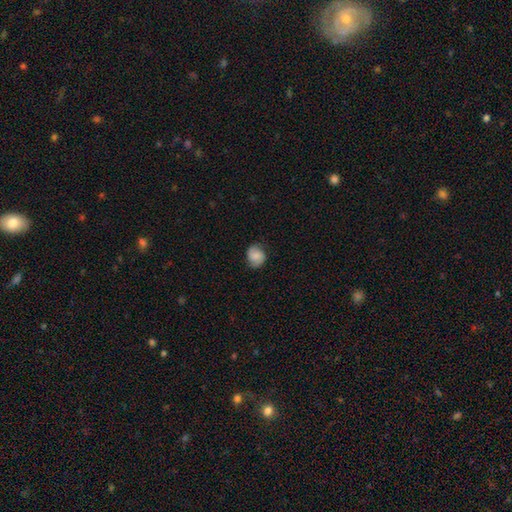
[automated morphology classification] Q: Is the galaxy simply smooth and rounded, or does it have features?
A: smooth — 55%.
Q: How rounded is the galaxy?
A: round — 67%.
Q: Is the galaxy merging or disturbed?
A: none — 77%.